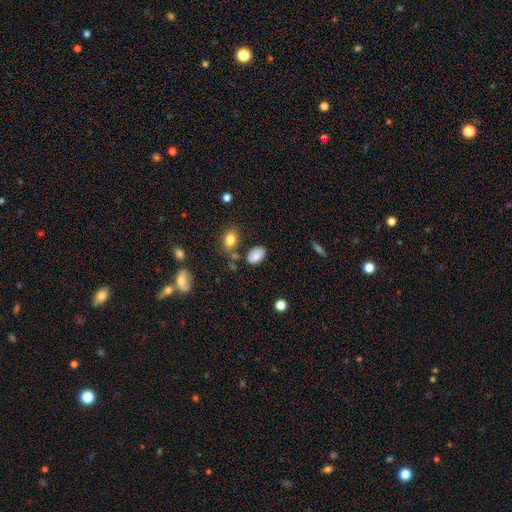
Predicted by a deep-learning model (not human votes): The model was most divided on "merging": none: 70%, minor disturbance: 19%, merger: 7%, major disturbance: 5%. More confident: how rounded — in between (91%); smooth or featured — smooth (83%).